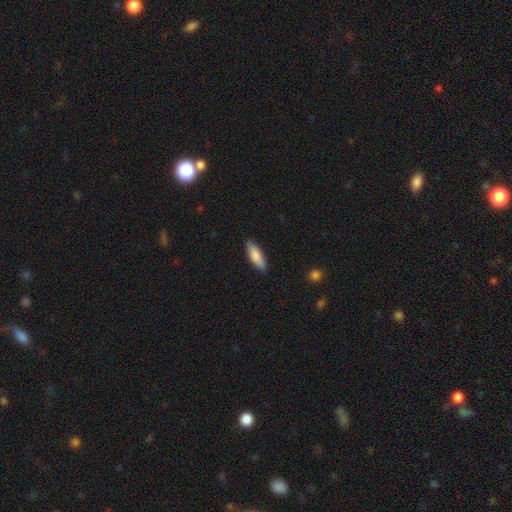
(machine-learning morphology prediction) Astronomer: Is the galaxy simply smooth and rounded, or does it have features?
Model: smooth — 82%.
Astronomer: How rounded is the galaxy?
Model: in between — 53% (runner-up: cigar-shaped, 45%).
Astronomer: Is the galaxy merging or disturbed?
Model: none — 87%.